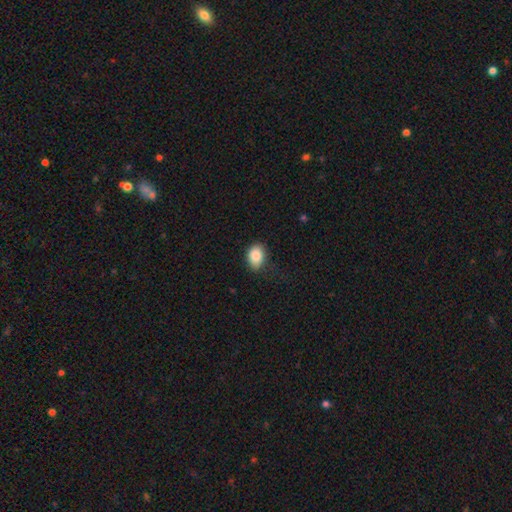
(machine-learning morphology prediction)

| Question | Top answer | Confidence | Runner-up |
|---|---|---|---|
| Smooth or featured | smooth | 86% | star or artifact (8%) |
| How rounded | in between | 76% | round (23%) |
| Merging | none | 69% | minor disturbance (23%) |